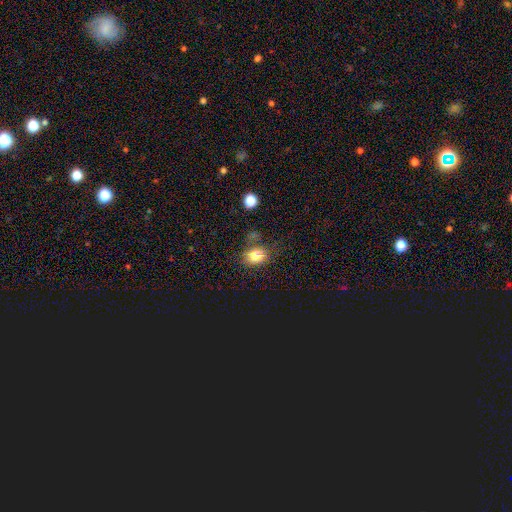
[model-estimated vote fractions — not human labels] Q: Smooth or featured?
A: smooth (80%); runner-up: star or artifact (11%)
Q: How rounded?
A: in between (65%); runner-up: round (34%)
Q: Merging?
A: none (63%); runner-up: minor disturbance (21%)